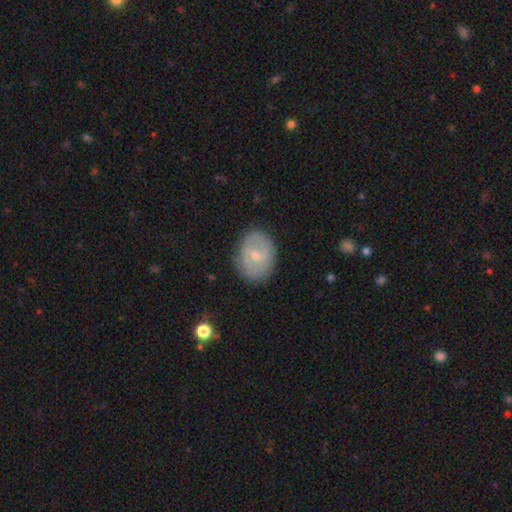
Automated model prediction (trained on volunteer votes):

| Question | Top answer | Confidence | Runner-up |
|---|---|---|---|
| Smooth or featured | featured or disk | 47% | smooth (46%) |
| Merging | none | 80% | minor disturbance (14%) |